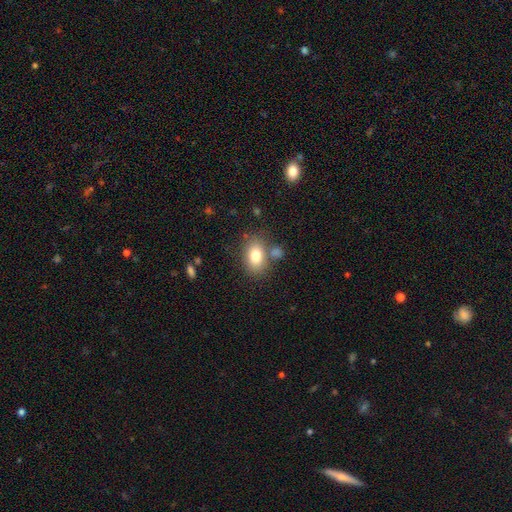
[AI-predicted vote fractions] Smooth or featured? smooth (80%)
How rounded? in between (84%)
Merging? none (69%)